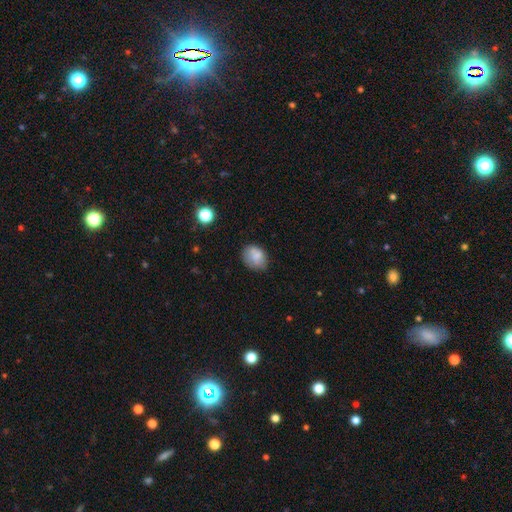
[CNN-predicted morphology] smooth-or-featured: smooth: 79% | featured or disk: 12% | star or artifact: 9%
  how-rounded: in between: 61% | round: 38% | cigar-shaped: 1%
  merging: none: 65% | minor disturbance: 26% | major disturbance: 7% | merger: 3%